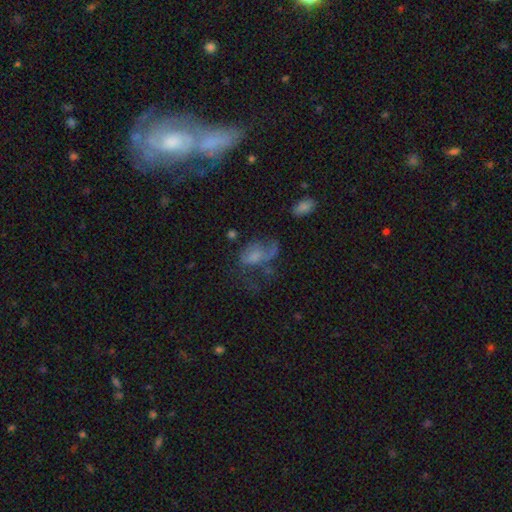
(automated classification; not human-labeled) Q: Smooth or featured?
A: smooth (43%); runner-up: featured or disk (40%)
Q: Merging?
A: major disturbance (48%); runner-up: none (25%)